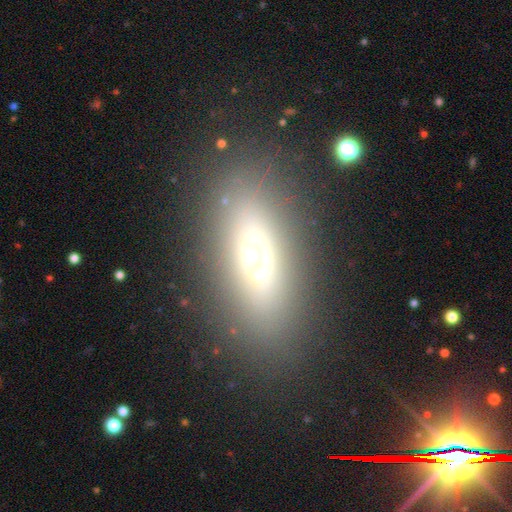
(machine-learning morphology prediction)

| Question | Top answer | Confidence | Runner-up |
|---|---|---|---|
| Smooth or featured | smooth | 52% | featured or disk (33%) |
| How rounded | in between | 66% | cigar-shaped (28%) |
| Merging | none | 80% | minor disturbance (11%) |